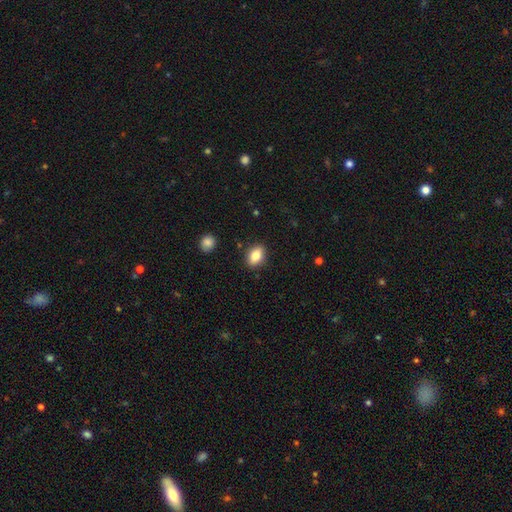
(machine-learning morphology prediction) smooth_or_featured: smooth (p=0.80) [alt: featured or disk p=0.12]
how_rounded: in between (p=0.81) [alt: round p=0.16]
merging: none (p=0.87) [alt: minor disturbance p=0.09]